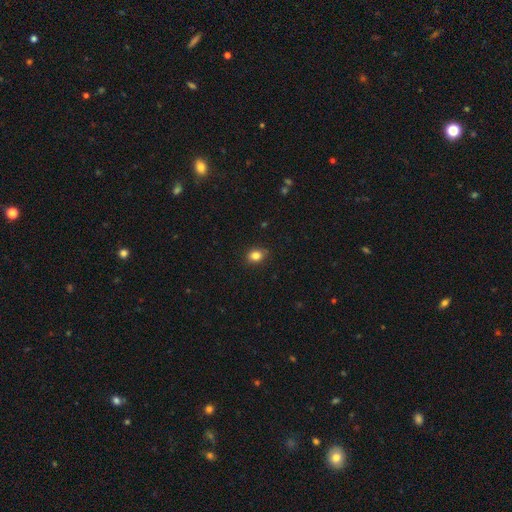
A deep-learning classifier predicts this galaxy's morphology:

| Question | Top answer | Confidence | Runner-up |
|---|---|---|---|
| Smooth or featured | smooth | 83% | star or artifact (11%) |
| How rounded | in between | 52% | round (47%) |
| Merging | none | 85% | minor disturbance (12%) |